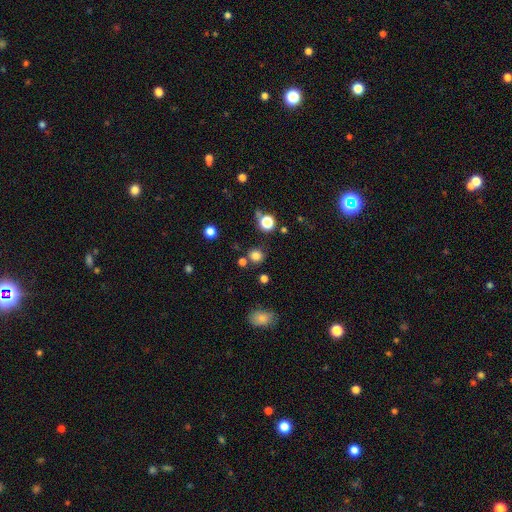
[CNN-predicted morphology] The model was most divided on "smooth or featured": smooth: 79%, star or artifact: 16%, featured or disk: 5%. More confident: how rounded — round (89%); merging — none (81%).